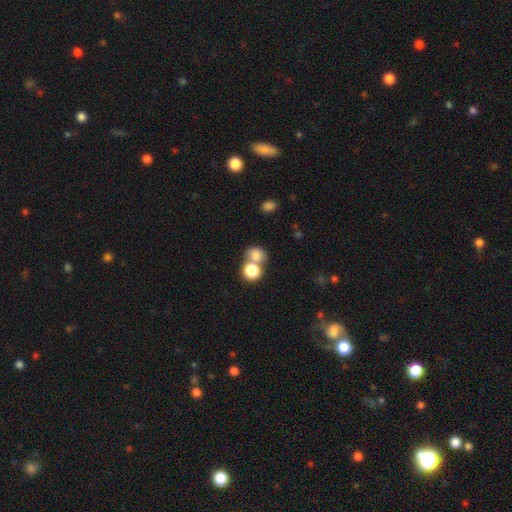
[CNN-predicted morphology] smooth_or_featured: smooth (p=0.78) [alt: star or artifact p=0.13]
how_rounded: round (p=0.67) [alt: in between p=0.32]
merging: merger (p=0.45) [alt: none p=0.42]